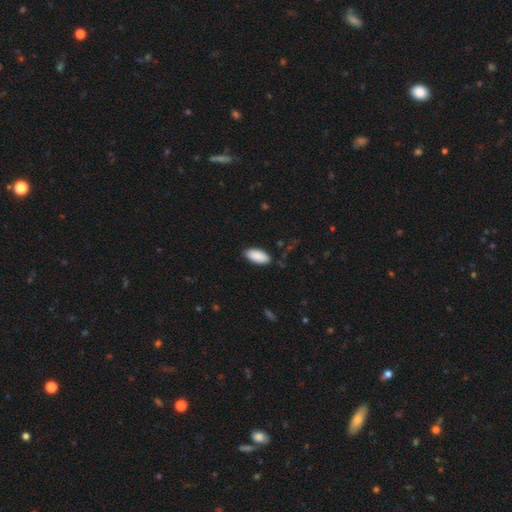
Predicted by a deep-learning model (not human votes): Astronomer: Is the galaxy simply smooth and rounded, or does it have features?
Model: smooth — 90%.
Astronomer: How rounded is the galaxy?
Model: in between — 92%.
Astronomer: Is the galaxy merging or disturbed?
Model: none — 85%.